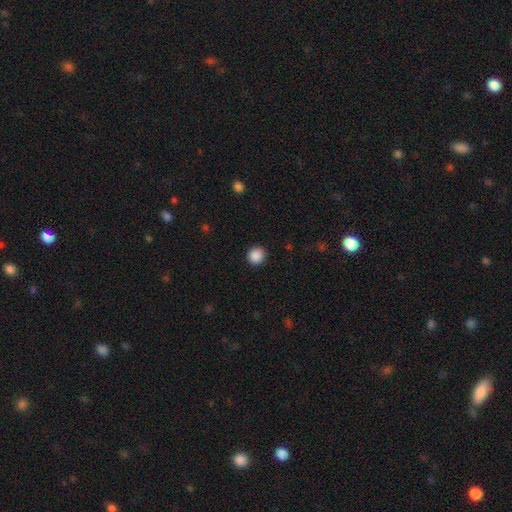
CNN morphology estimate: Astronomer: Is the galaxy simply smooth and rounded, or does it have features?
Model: smooth — 89%.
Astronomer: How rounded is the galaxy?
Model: round — 94%.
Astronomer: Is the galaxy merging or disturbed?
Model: none — 92%.